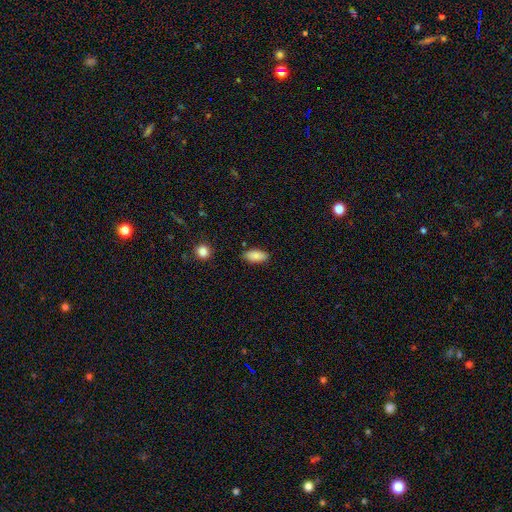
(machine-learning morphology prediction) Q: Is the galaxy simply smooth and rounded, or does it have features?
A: smooth — 88%.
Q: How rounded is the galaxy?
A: in between — 88%.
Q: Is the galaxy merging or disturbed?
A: none — 85%.